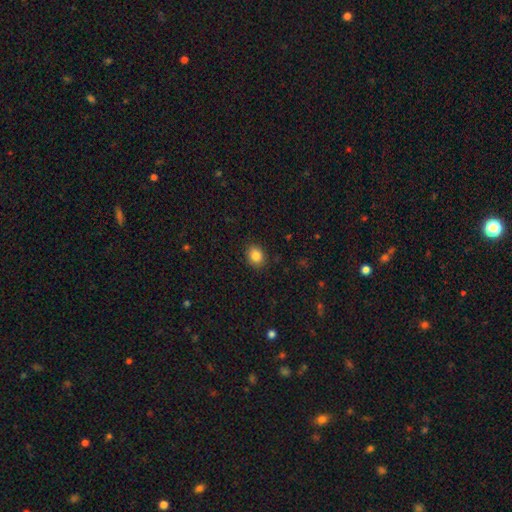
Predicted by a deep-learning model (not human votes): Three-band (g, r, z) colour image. It shows a smooth galaxy with no disk features (85%) that is round (54%). Merging: none (89%).